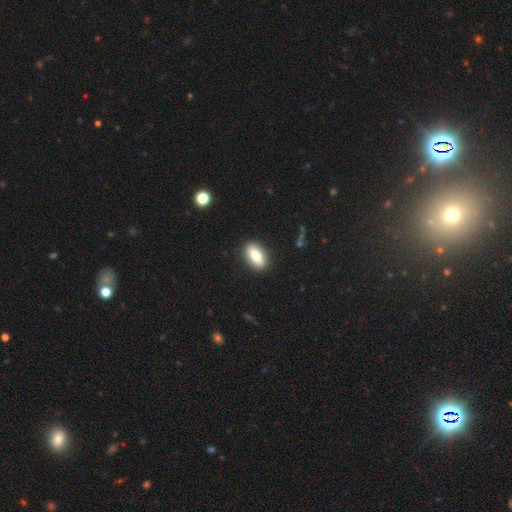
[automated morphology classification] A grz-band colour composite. It shows a smooth galaxy with no disk features (87%) that is in between round and cigar-shaped (90%). Merging: none (89%).